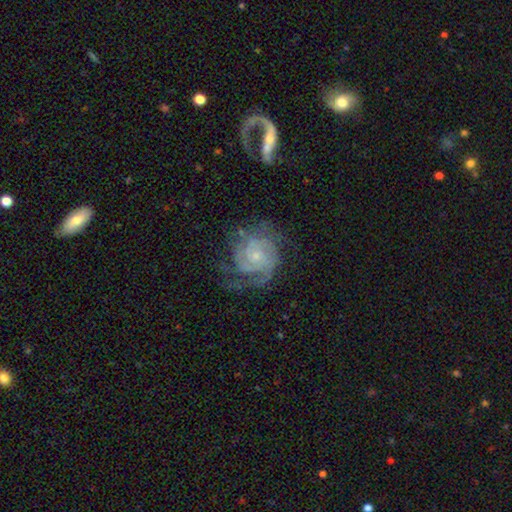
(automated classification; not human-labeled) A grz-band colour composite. It shows a featured or disk galaxy (87%) with no bar (69%), 2 (31%) tight (62%) spiral arms (97%) and a small central bulge (71%). Merging: none (62%).